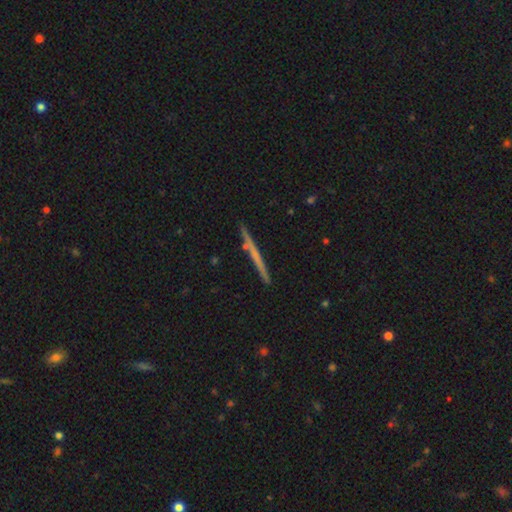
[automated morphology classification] type=featured or disk (51%); edge-on=yes (97%); merging=none (88%).